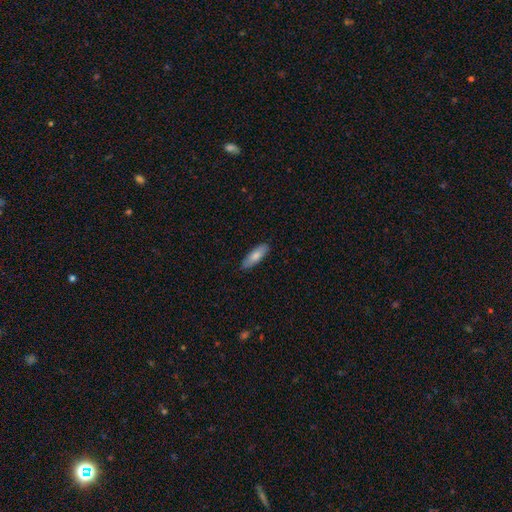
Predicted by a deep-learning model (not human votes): This is likely a smooth galaxy (80%). How rounded: possibly in between (51%). Merging: clearly none (88%).